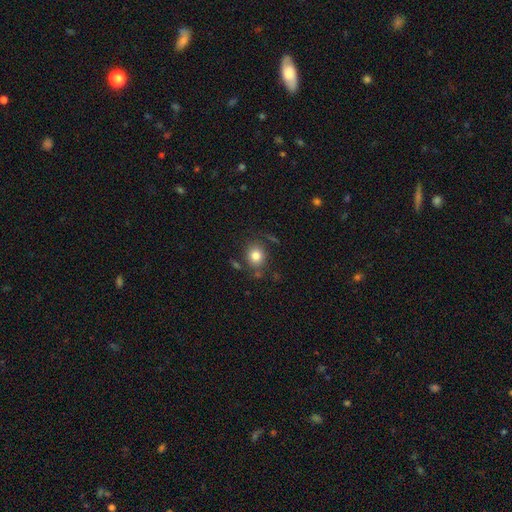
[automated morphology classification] smooth_or_featured: smooth (p=0.81) [alt: star or artifact p=0.11]
how_rounded: round (p=0.73) [alt: in between p=0.26]
merging: none (p=0.77) [alt: minor disturbance p=0.13]